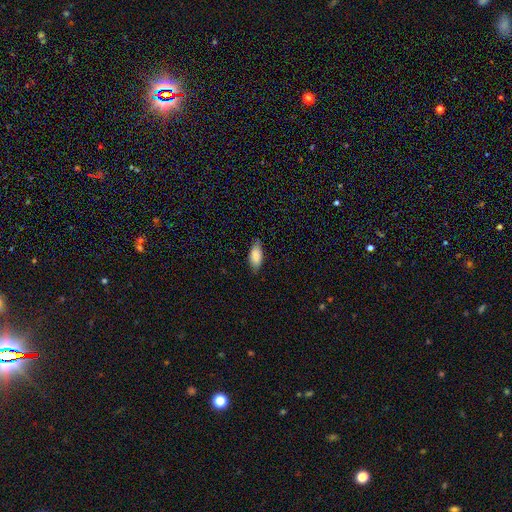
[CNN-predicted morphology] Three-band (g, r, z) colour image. It shows a smooth galaxy with no disk features (85%) that is in between round and cigar-shaped (86%). Merging: none (80%).